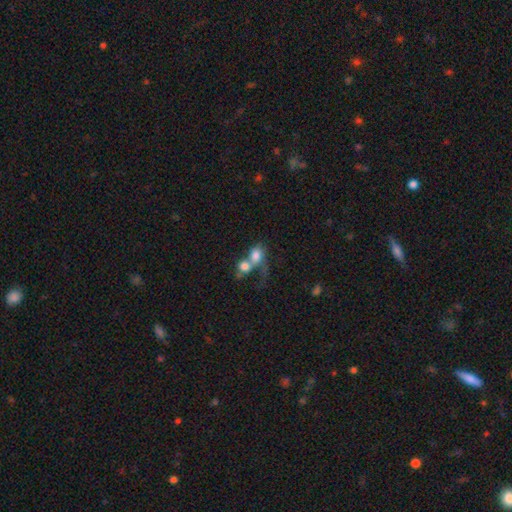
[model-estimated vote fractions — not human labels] Smooth or featured: smooth — 74% (featured or disk — 17%)
How rounded: round — 50% (in between — 48%)
Merging: merger — 73% (none — 13%)